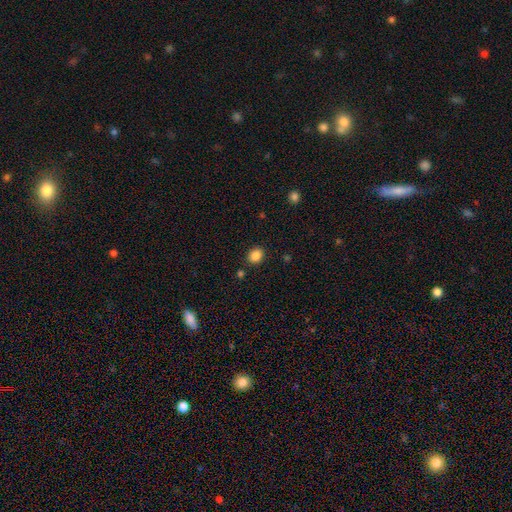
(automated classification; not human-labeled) Morphology: type=smooth (86%); roundness=round (55%); merging=none (87%).